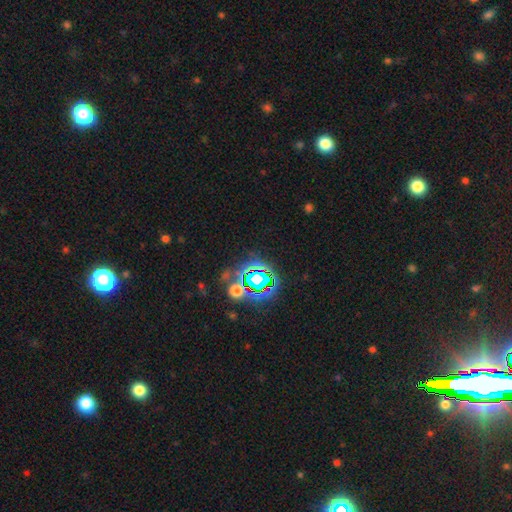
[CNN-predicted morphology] Smooth or featured? Predicted: star or artifact (p=0.80).